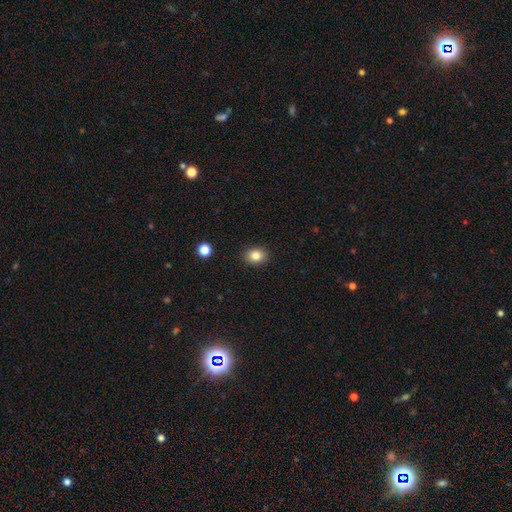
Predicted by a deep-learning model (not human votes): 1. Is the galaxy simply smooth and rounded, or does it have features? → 84% smooth, 10% star or artifact, 6% featured or disk.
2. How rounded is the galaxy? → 50% in between, 49% round, 1% cigar-shaped.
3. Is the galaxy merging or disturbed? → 90% none, 7% minor disturbance, 2% major disturbance, 1% merger.